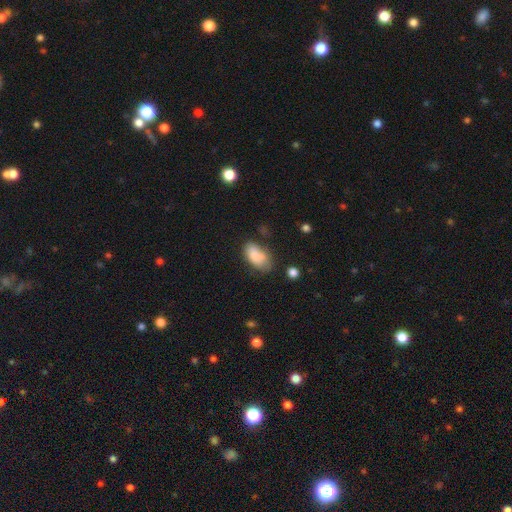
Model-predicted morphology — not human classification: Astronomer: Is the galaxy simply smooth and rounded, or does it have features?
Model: smooth — 82%.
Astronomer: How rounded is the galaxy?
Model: in between — 92%.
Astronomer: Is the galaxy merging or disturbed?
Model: none — 52% (runner-up: minor disturbance, 30%).